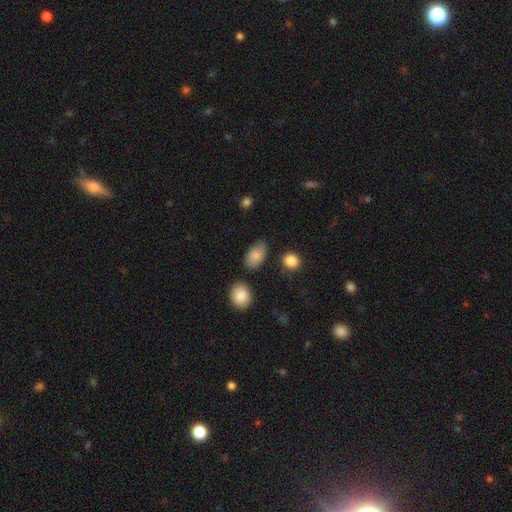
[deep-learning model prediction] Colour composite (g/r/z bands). It shows a smooth galaxy with no disk features (83%) that is in between round and cigar-shaped (90%). Merging: none (74%).